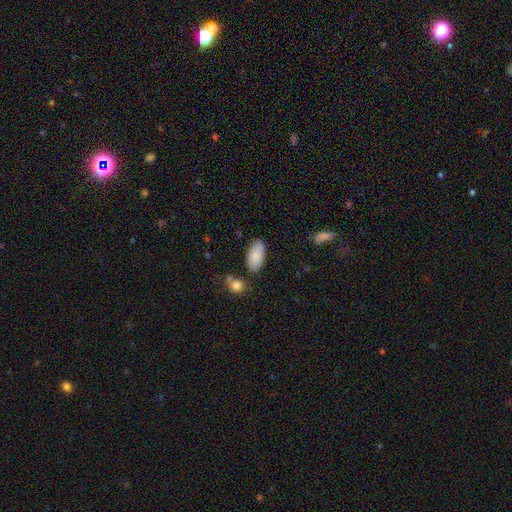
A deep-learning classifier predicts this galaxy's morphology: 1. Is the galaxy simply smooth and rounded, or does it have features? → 86% smooth, 8% featured or disk, 6% star or artifact.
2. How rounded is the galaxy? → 94% in between, 4% cigar-shaped, 2% round.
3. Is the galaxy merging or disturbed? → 79% none, 14% minor disturbance, 5% merger, 3% major disturbance.